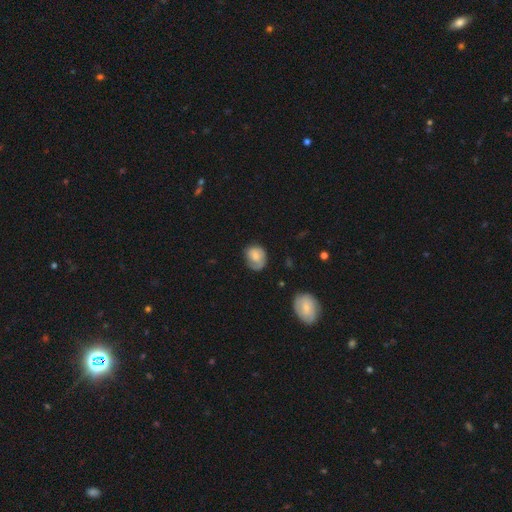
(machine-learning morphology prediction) Smooth or featured?
  - smooth: 62% *
  - featured or disk: 31%
  - star or artifact: 7%
How rounded?
  - round: 57% *
  - in between: 42%
  - cigar-shaped: 1%
Merging?
  - none: 58% *
  - minor disturbance: 29%
  - major disturbance: 12%
  - merger: 2%